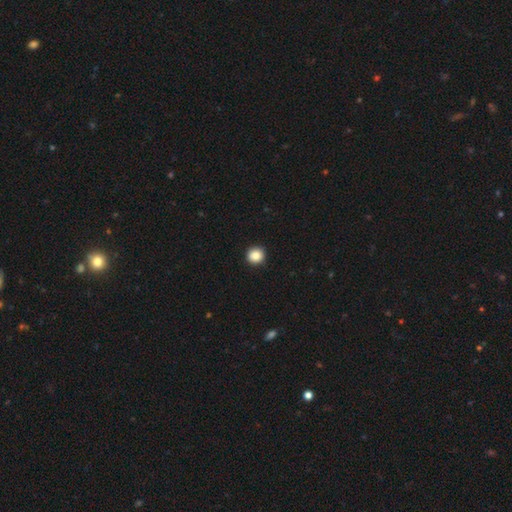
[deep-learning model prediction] Smooth or featured?
  - smooth: 85% *
  - star or artifact: 10%
  - featured or disk: 5%
How rounded?
  - round: 94% *
  - in between: 5%
  - cigar-shaped: 1%
Merging?
  - none: 93% *
  - minor disturbance: 4%
  - major disturbance: 1%
  - merger: 1%